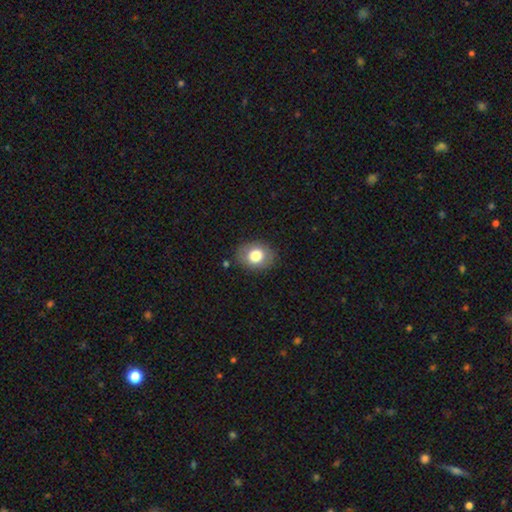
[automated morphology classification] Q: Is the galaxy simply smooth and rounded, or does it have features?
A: smooth — 75%.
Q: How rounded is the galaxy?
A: in between — 56%.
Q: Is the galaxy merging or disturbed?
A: none — 84%.